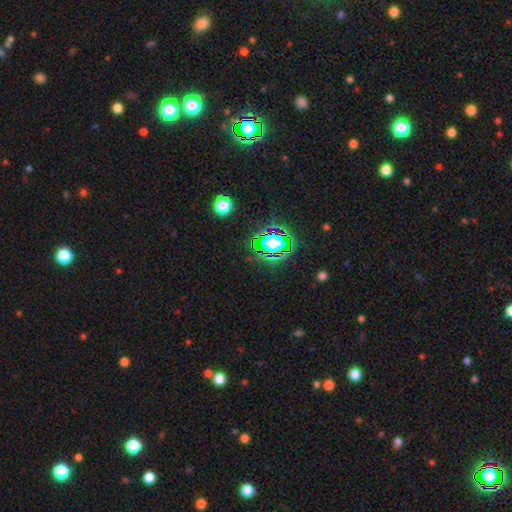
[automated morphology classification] This is clearly a star or artifact rather than a galaxy (80%).